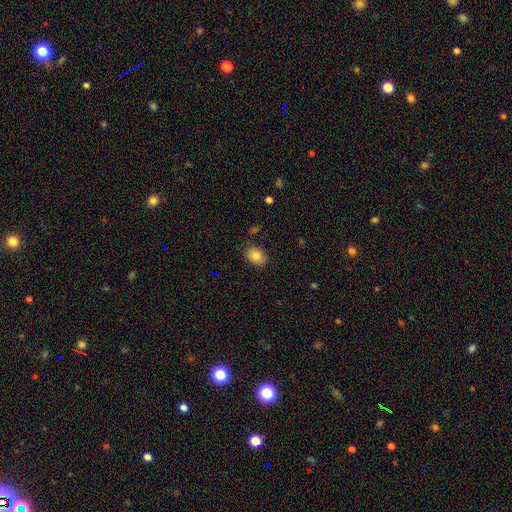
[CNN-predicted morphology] smooth_or_featured: smooth (p=0.81) [alt: featured or disk p=0.10]
how_rounded: in between (p=0.59) [alt: round p=0.40]
merging: none (p=0.84) [alt: minor disturbance p=0.12]